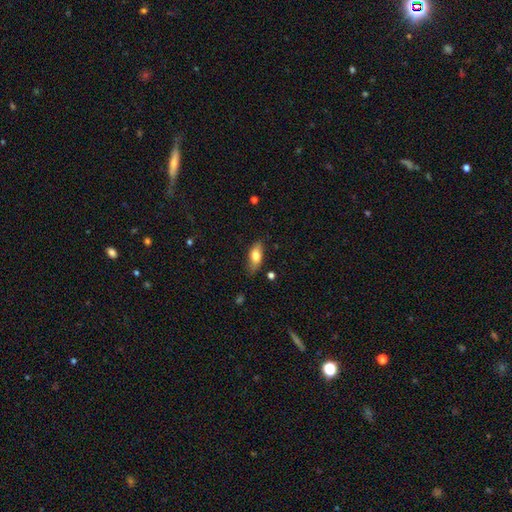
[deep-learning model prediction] A smooth galaxy with no disk features (72%) that is in between round and cigar-shaped (78%). Merging: none (78%).